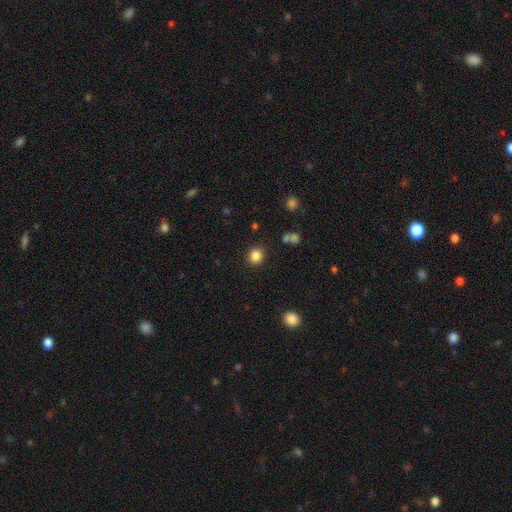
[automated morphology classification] This is clearly a smooth galaxy (85%). How rounded: clearly round (82%). Merging: clearly none (87%).